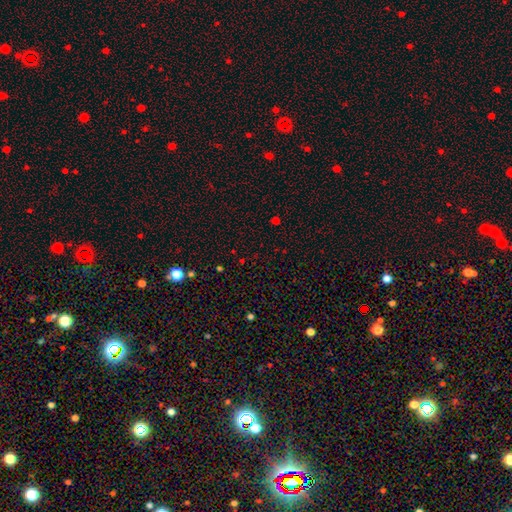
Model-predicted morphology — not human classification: Smooth or featured? Predicted: star or artifact (p=0.61).